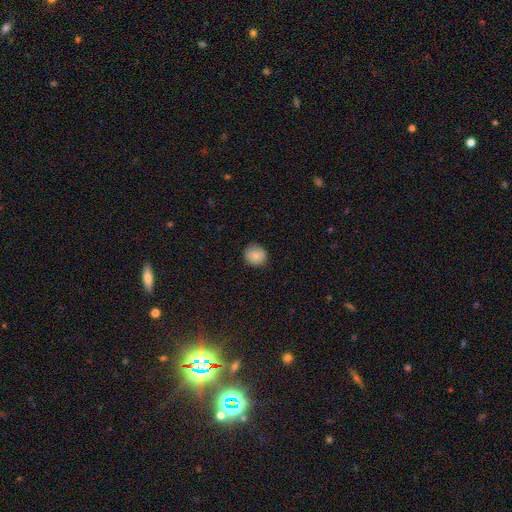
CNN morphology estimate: smooth 83%, star or artifact 9%, featured or disk 8%. Down the decision tree: how rounded — round (87%); merging — none (87%).